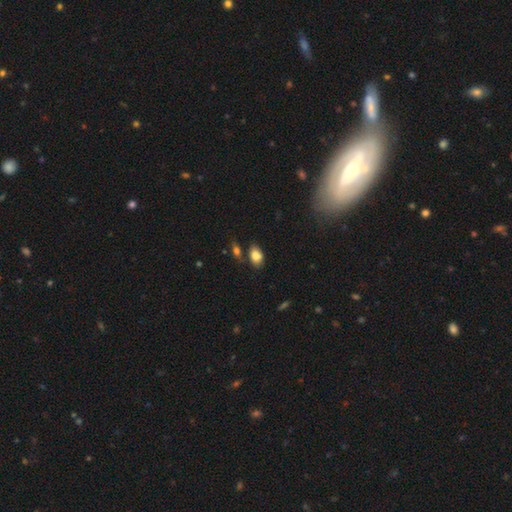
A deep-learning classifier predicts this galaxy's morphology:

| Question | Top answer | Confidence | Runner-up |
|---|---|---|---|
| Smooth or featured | smooth | 83% | featured or disk (9%) |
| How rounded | in between | 88% | round (10%) |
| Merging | none | 66% | minor disturbance (18%) |